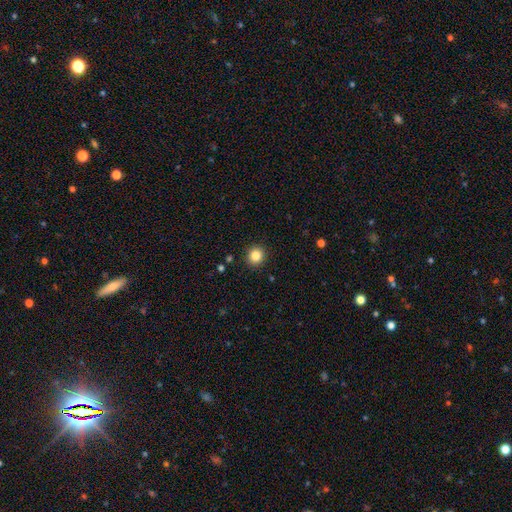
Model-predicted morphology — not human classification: type=smooth (84%); roundness=round (92%); merging=none (92%).